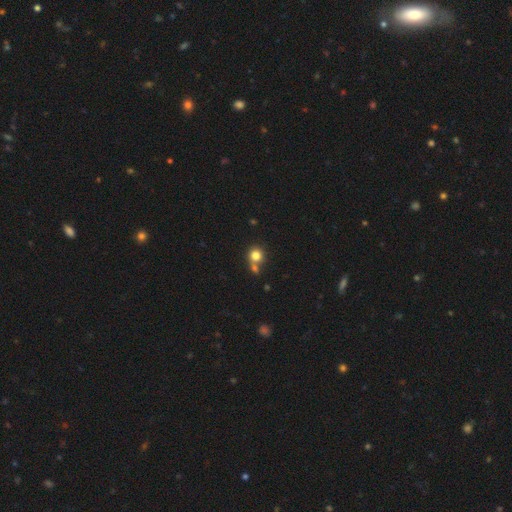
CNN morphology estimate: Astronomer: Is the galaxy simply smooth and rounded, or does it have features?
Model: smooth — 80%.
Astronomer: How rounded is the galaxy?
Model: round — 89%.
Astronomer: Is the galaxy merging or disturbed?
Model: none — 55% (runner-up: merger, 32%).